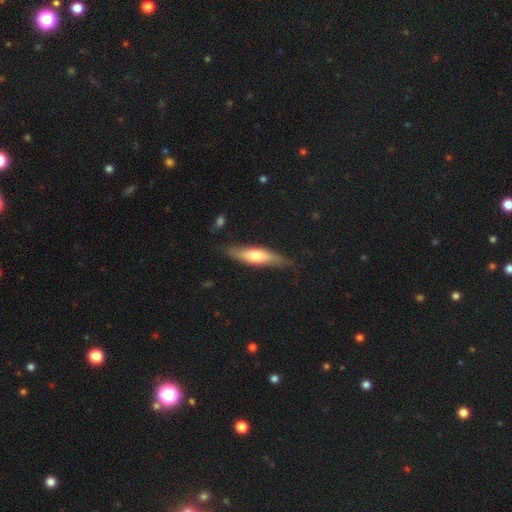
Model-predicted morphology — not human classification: smooth 49%, featured or disk 46%, star or artifact 5%. Down the decision tree: merging — none (76%).